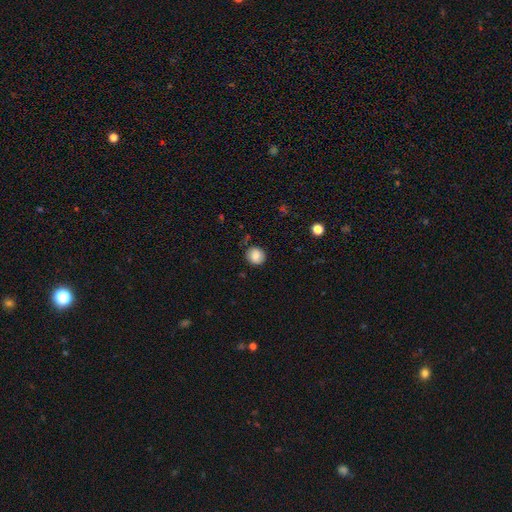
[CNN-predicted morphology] type=smooth (82%); roundness=round (87%); merging=none (81%).